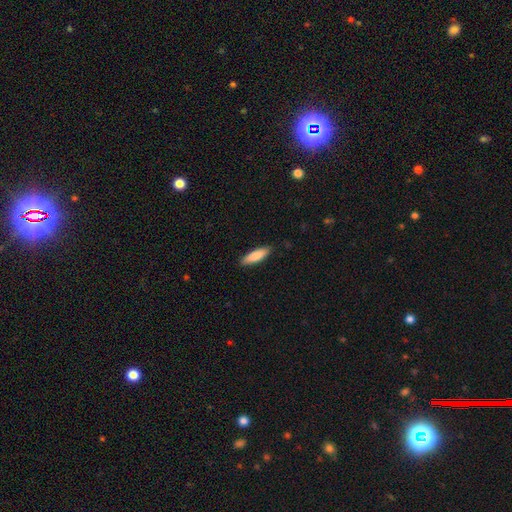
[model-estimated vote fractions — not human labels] Overall: smooth (84%). How rounded: cigar-shaped (58%; in between 41%). Merging: none (88%).